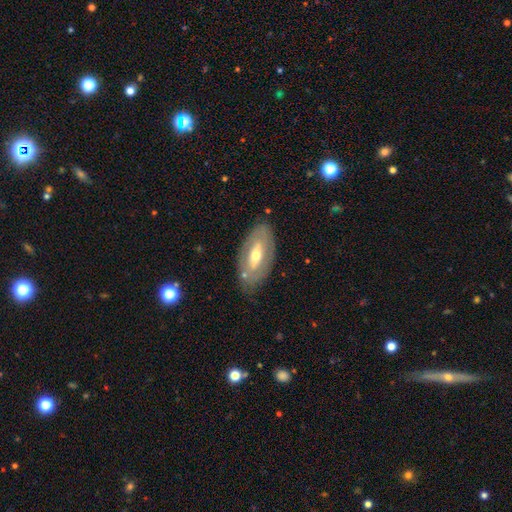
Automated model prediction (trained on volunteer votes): The model was most divided on "smooth or featured": featured or disk: 57%, smooth: 38%, star or artifact: 6%. More confident: edge-on disk — no (82%); merging — none (77%).